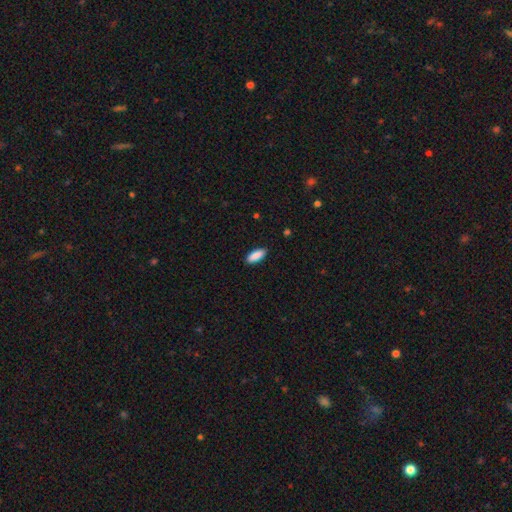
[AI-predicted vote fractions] smooth-or-featured: smooth: 89% | star or artifact: 6% | featured or disk: 5%
  how-rounded: in between: 72% | cigar-shaped: 26% | round: 2%
  merging: none: 89% | minor disturbance: 8% | major disturbance: 2% | merger: 1%